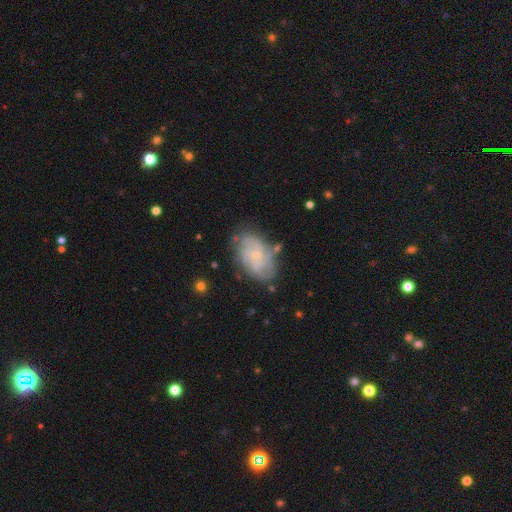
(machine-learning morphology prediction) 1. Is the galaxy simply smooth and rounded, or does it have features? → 77% featured or disk, 16% smooth, 6% star or artifact.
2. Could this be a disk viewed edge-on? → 97% no, 3% yes.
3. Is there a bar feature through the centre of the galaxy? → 73% no, 24% weak, 4% strong.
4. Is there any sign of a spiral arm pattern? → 91% yes, 9% no.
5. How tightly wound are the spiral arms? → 57% tight, 33% medium, 10% loose.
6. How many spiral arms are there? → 38% can't tell, 19% 2, 18% 3, 15% 4, 6% more than 4, 5% 1.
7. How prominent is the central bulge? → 80% small, 15% moderate, 4% none, 1% large, 1% dominant.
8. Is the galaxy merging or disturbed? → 71% none, 19% minor disturbance, 6% major disturbance, 3% merger.